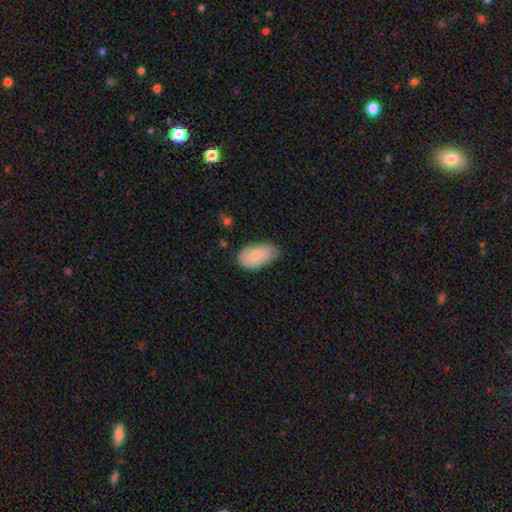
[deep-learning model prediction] This appears to be a smooth galaxy with no disk features (77%) that is in between round and cigar-shaped (94%). Merging: none (61%).